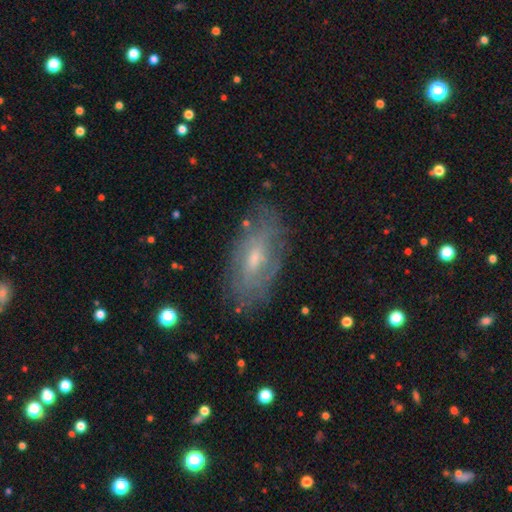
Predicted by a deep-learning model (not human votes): smooth_or_featured: featured or disk (p=0.62) [alt: smooth p=0.30]
disk_edge_on: no (p=0.89) [alt: yes p=0.11]
bar: no (p=0.52) [alt: weak p=0.41]
has_spiral_arms: yes (p=0.64) [alt: no p=0.36]
bulge_size: small (p=0.51) [alt: moderate p=0.43]
merging: none (p=0.74) [alt: minor disturbance p=0.18]